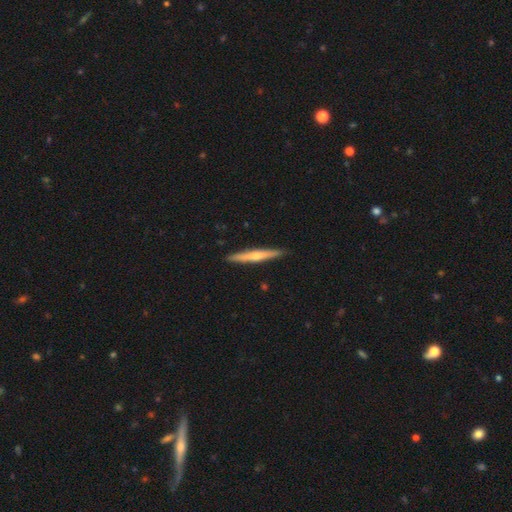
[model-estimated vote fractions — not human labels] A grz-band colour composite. It shows a featured or disk galaxy (55%) viewed edge-on (97%) with a rounded central bulge (72%). Merging: none (92%).